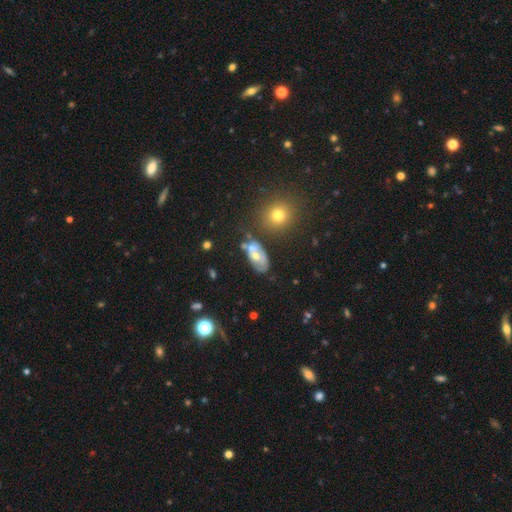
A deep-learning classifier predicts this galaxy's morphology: Smooth or featured? Predicted: featured or disk (p=0.46). Merging? Predicted: none (p=0.43).